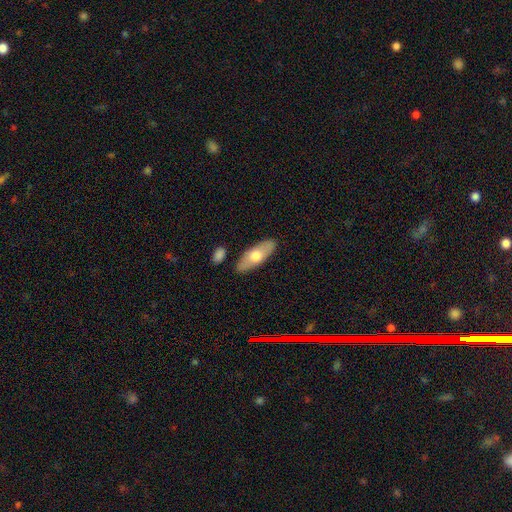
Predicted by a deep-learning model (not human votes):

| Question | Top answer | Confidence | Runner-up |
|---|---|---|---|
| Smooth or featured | smooth | 60% | featured or disk (35%) |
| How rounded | in between | 73% | cigar-shaped (24%) |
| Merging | none | 86% | minor disturbance (10%) |